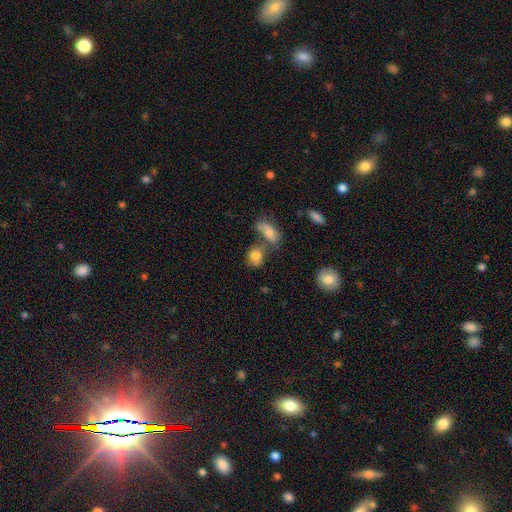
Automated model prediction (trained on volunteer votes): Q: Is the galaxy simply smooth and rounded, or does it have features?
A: smooth — 78%.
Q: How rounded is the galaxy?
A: in between — 61%.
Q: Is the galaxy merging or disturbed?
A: none — 41%.